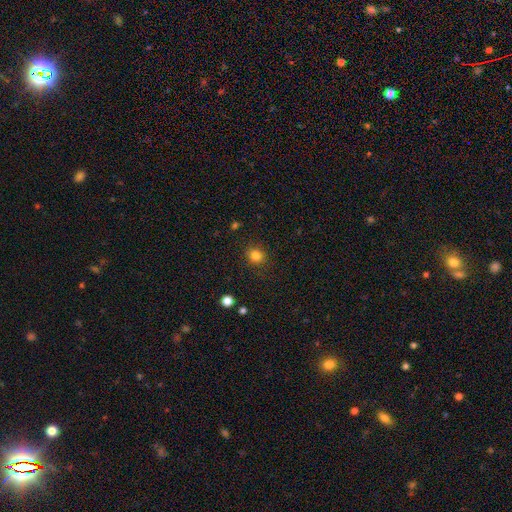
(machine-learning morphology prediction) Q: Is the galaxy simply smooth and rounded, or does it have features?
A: smooth — 83%.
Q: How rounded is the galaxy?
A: round — 81%.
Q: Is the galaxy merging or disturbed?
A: none — 88%.